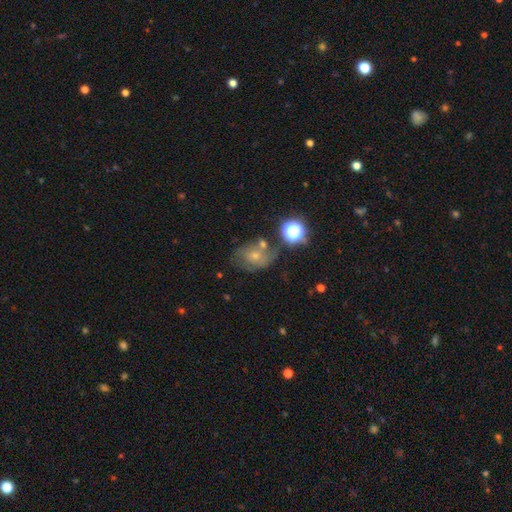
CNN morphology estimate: A smooth galaxy with no disk features (42%). Merging: none (40%).